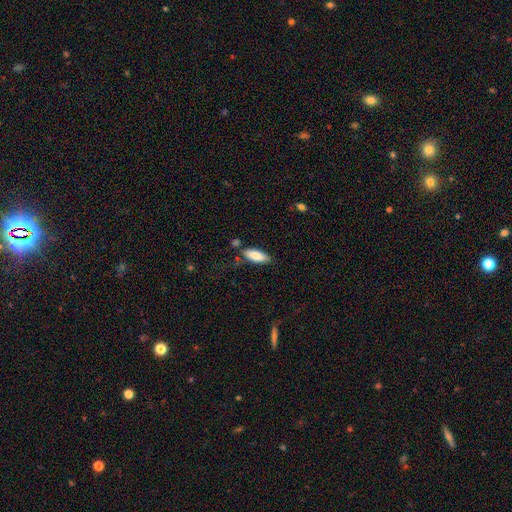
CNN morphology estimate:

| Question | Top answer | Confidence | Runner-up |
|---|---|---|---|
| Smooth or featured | smooth | 84% | featured or disk (10%) |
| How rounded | in between | 73% | cigar-shaped (26%) |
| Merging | none | 73% | minor disturbance (17%) |